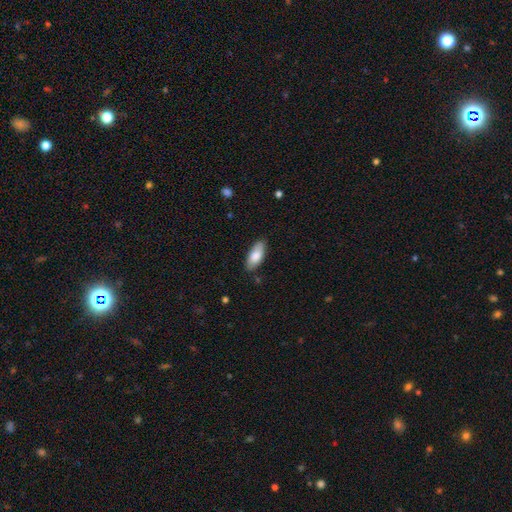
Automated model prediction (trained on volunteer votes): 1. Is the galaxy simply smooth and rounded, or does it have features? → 81% smooth, 13% featured or disk, 6% star or artifact.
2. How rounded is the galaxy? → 82% in between, 16% cigar-shaped, 2% round.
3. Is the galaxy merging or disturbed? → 84% none, 12% minor disturbance, 2% major disturbance, 1% merger.